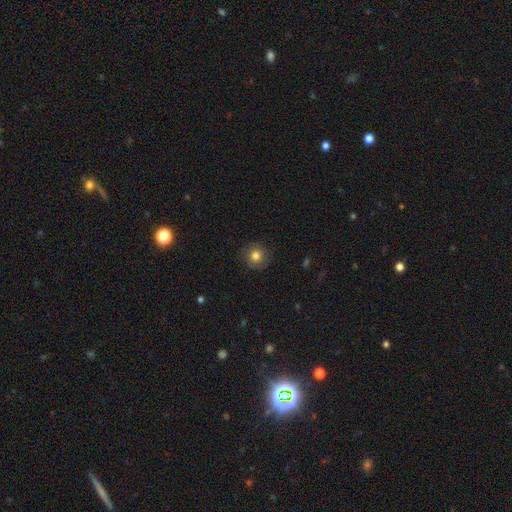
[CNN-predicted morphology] Smooth or featured? smooth (78%)
How rounded? round (93%)
Merging? none (87%)